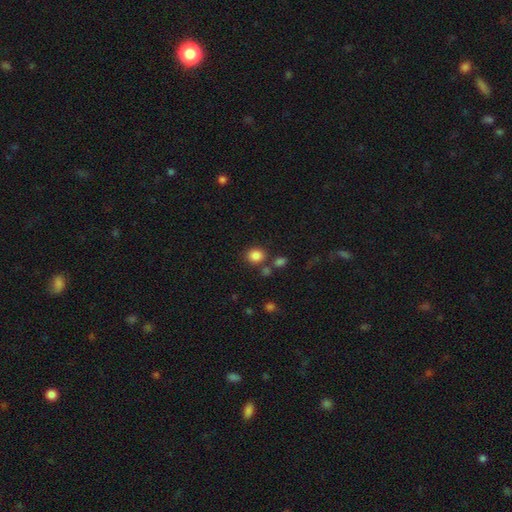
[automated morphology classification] Q: Smooth or featured?
A: smooth (84%); runner-up: star or artifact (11%)
Q: How rounded?
A: round (77%); runner-up: in between (22%)
Q: Merging?
A: none (75%); runner-up: merger (12%)